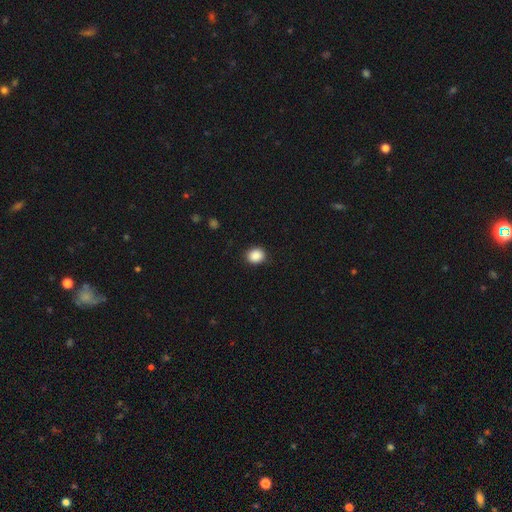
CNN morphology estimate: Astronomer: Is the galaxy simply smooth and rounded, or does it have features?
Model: smooth — 89%.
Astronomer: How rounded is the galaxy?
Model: round — 68%.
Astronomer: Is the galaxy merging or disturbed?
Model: none — 89%.